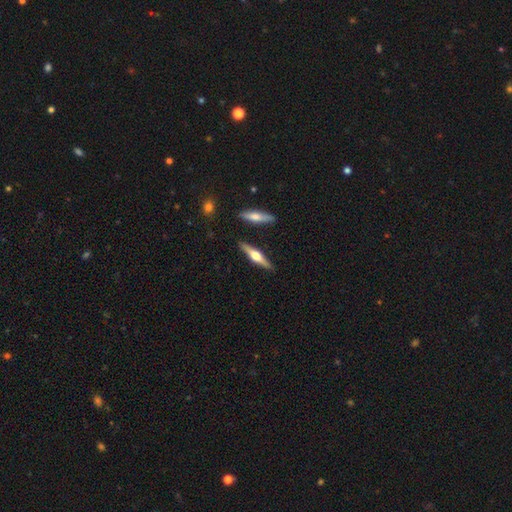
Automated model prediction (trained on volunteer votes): Q: Smooth or featured?
A: featured or disk (67%); runner-up: smooth (28%)
Q: Edge-on disk?
A: yes (97%); runner-up: no (3%)
Q: Edge-on bulge?
A: rounded (94%); runner-up: boxy (4%)
Q: Merging?
A: none (88%); runner-up: minor disturbance (7%)